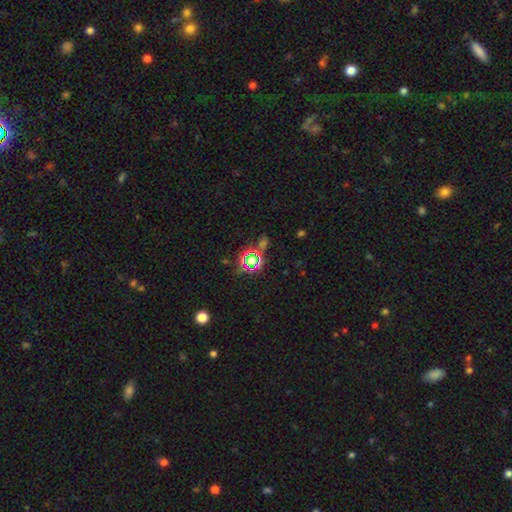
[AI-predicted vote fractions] Smooth or featured?
  - star or artifact: 66% *
  - smooth: 25%
  - featured or disk: 10%